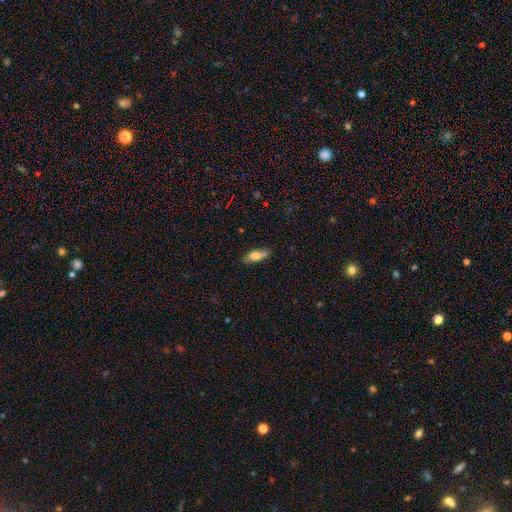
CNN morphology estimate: smooth-or-featured: smooth: 72% | featured or disk: 20% | star or artifact: 8%
  how-rounded: in between: 76% | cigar-shaped: 20% | round: 4%
  merging: none: 59% | minor disturbance: 19% | merger: 17% | major disturbance: 5%